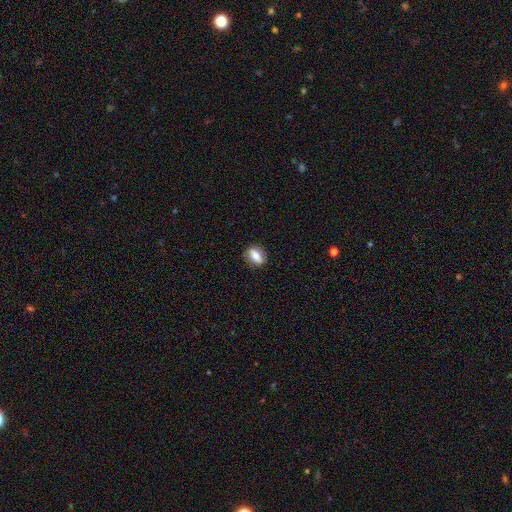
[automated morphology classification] type=smooth (58%); roundness=in between (70%); merging=none (84%).